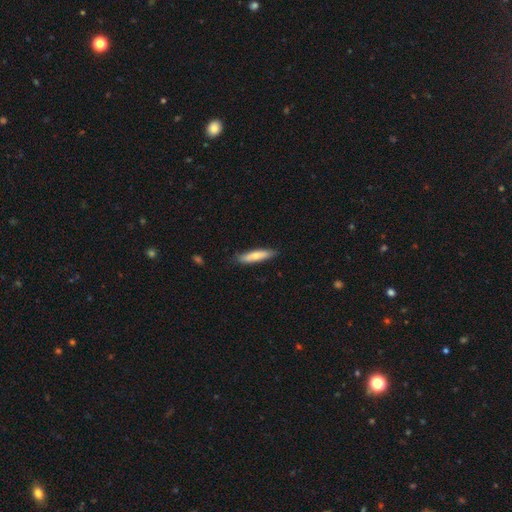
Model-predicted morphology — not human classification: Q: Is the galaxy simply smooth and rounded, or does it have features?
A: smooth — 68%.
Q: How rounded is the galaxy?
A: cigar-shaped — 76%.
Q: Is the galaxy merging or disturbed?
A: none — 83%.